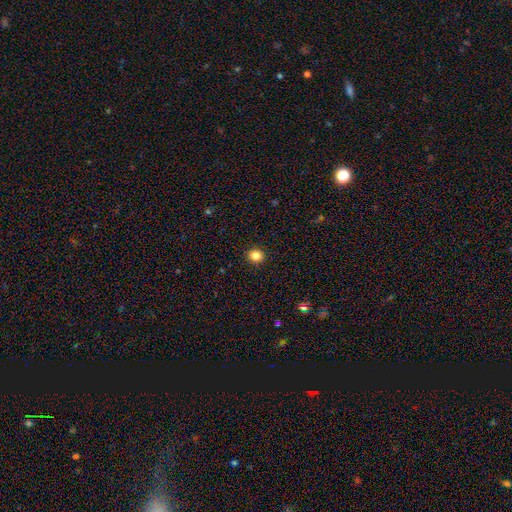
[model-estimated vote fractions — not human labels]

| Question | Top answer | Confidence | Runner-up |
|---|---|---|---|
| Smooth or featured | smooth | 84% | star or artifact (11%) |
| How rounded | round | 79% | in between (20%) |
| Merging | none | 92% | minor disturbance (5%) |